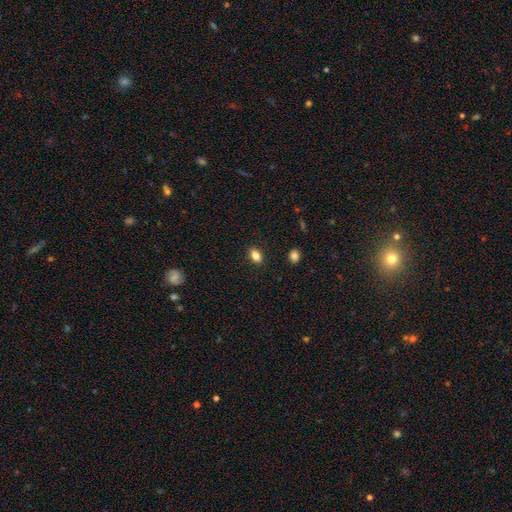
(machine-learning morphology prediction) smooth-or-featured: smooth: 84% | star or artifact: 10% | featured or disk: 6%
  how-rounded: in between: 85% | round: 13% | cigar-shaped: 3%
  merging: none: 88% | minor disturbance: 8% | major disturbance: 2% | merger: 1%